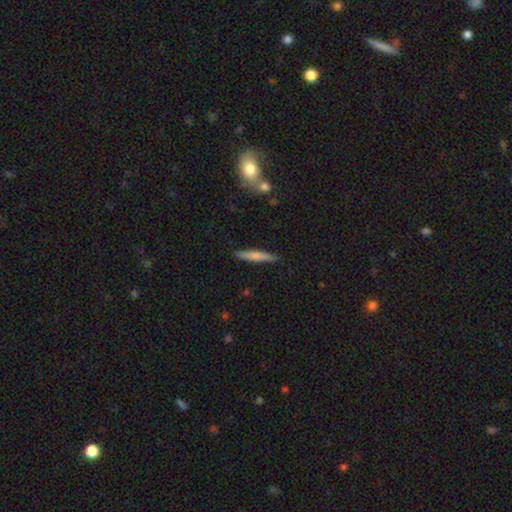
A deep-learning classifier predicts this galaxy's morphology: smooth 71%, featured or disk 23%, star or artifact 6%. Down the decision tree: how rounded — cigar-shaped (93%); merging — none (89%).